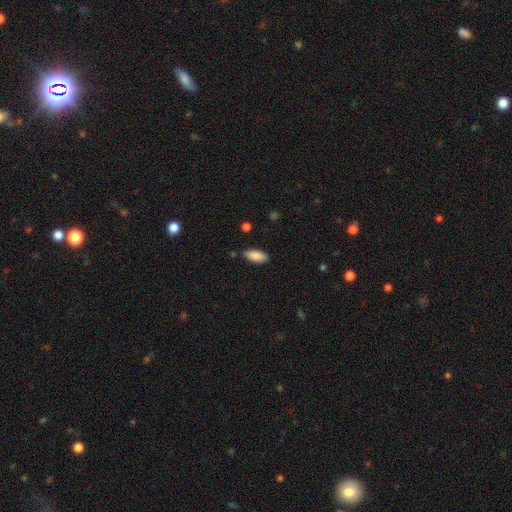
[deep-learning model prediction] Overall: smooth (89%). How rounded: in between (88%). Merging: none (85%).